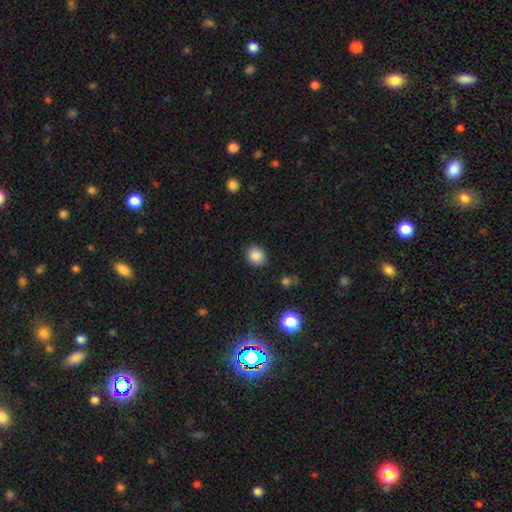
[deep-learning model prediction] Morphology: type=smooth (86%); roundness=round (84%); merging=none (89%).